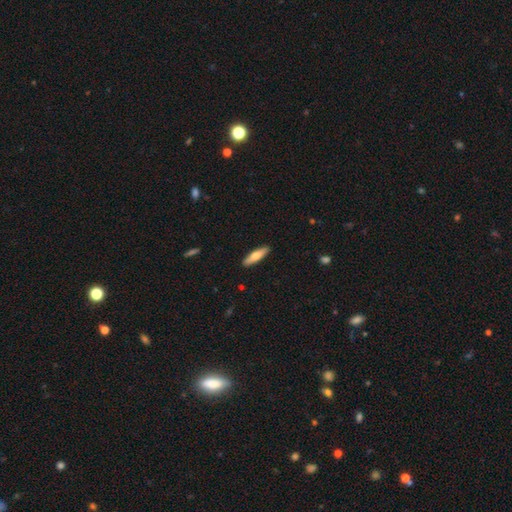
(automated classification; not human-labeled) Morphology: type=smooth (65%); roundness=cigar-shaped (69%); merging=none (91%).